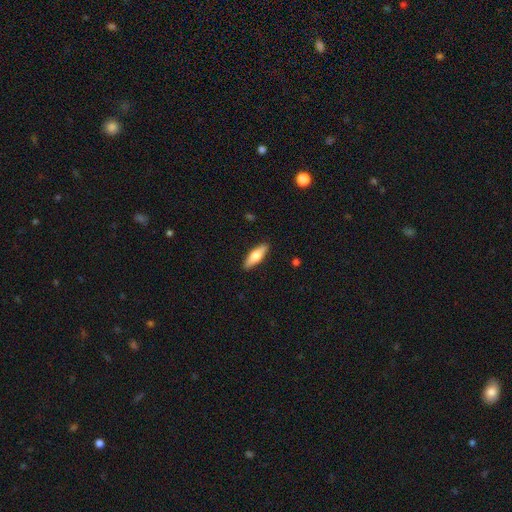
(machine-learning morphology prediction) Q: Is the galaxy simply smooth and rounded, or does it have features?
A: smooth — 63%.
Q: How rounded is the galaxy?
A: cigar-shaped — 49%, tied with in between.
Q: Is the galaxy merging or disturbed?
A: none — 89%.